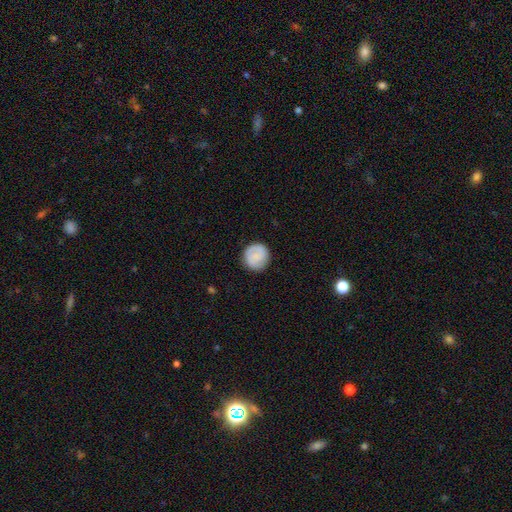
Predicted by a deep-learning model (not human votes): smooth_or_featured: smooth (p=0.71) [alt: featured or disk p=0.22]
how_rounded: round (p=0.93) [alt: in between p=0.06]
merging: none (p=0.87) [alt: minor disturbance p=0.09]